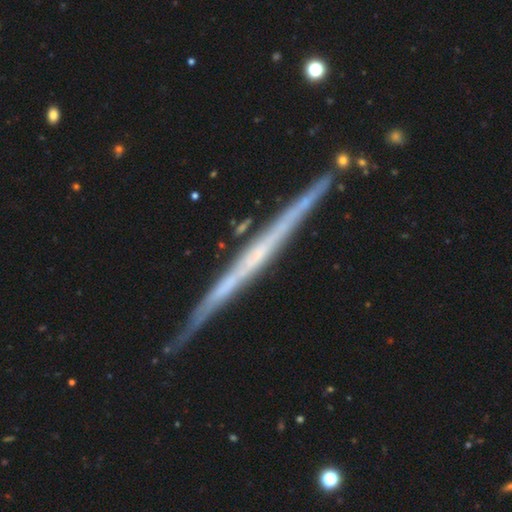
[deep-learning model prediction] smooth-or-featured: featured or disk: 78% | smooth: 16% | star or artifact: 6%
  disk-edge-on: yes: 98% | no: 2%
    edge-on-bulge: none: 85% | rounded: 10% | boxy: 5%
  merging: none: 88% | minor disturbance: 9% | merger: 2% | major disturbance: 2%